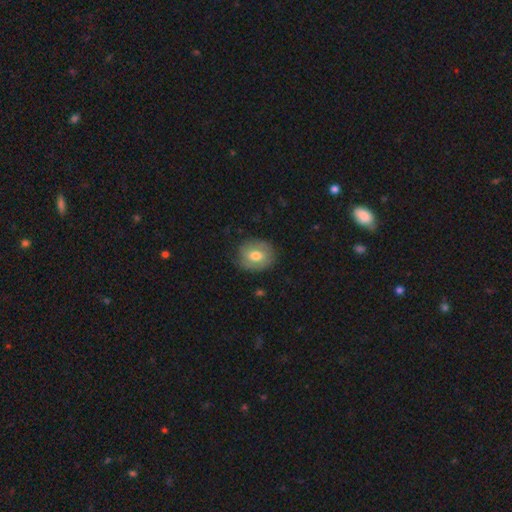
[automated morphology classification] This is likely a smooth galaxy (64%). How rounded: likely round (67%). Merging: likely none (79%).